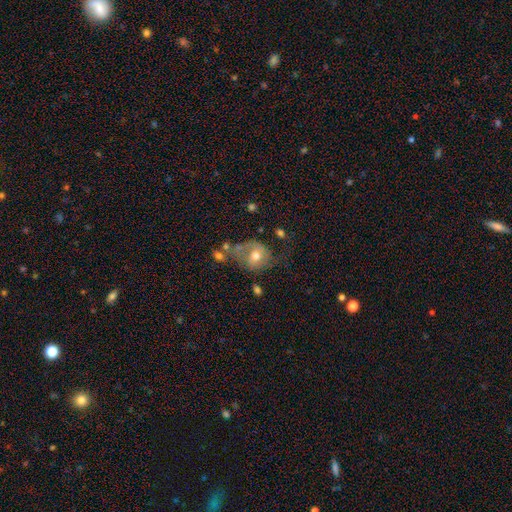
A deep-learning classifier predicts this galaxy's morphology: smooth_or_featured: featured or disk (p=0.50) [alt: smooth p=0.40]
disk_edge_on: no (p=0.96) [alt: yes p=0.04]
merging: none (p=0.39) [alt: major disturbance p=0.25]